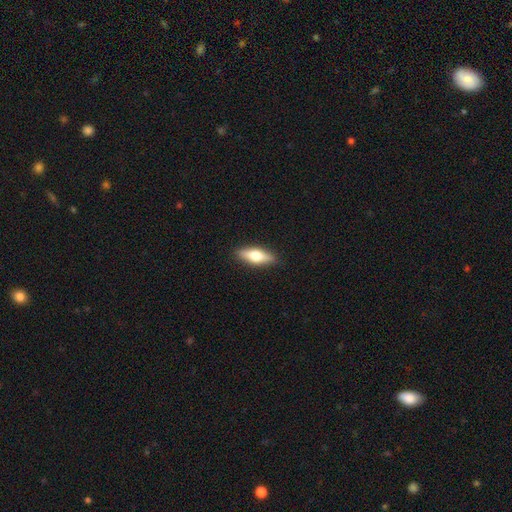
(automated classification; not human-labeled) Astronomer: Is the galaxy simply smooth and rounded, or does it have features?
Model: smooth — 57% (runner-up: featured or disk, 37%).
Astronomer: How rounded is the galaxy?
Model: in between — 57% (runner-up: cigar-shaped, 40%).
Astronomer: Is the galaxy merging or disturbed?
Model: none — 89%.